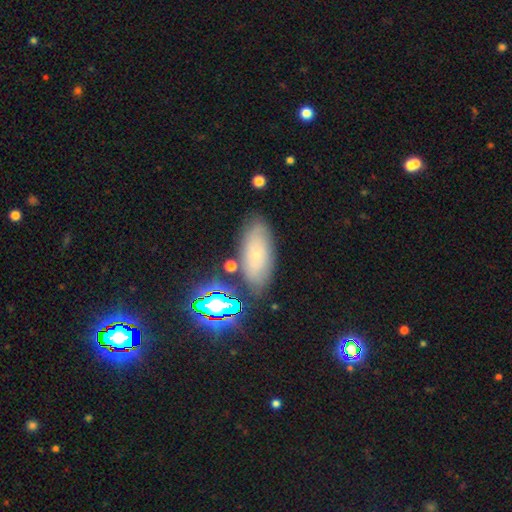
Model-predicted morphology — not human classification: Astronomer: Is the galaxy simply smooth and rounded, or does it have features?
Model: smooth — 49% (runner-up: featured or disk, 33%).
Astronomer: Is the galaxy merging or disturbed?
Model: none — 79%.